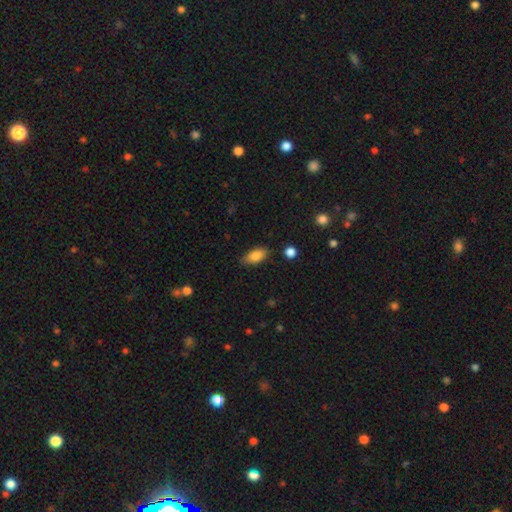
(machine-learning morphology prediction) Q: Smooth or featured?
A: smooth (85%); runner-up: featured or disk (8%)
Q: How rounded?
A: in between (88%); runner-up: cigar-shaped (8%)
Q: Merging?
A: none (82%); runner-up: minor disturbance (13%)